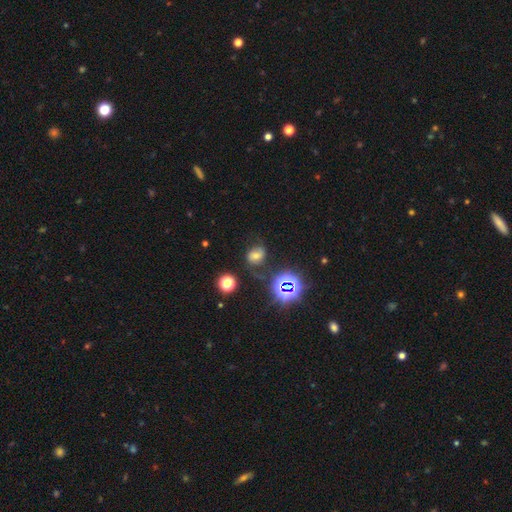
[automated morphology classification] type=smooth (41%); merging=none (63%).